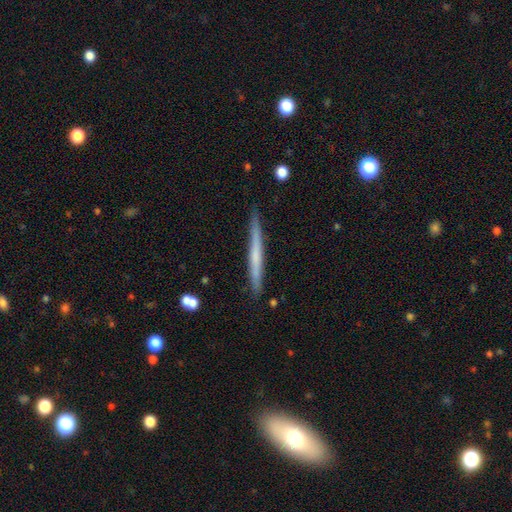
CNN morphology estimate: Overall: smooth (50%; featured or disk 44%). Merging: none (89%).